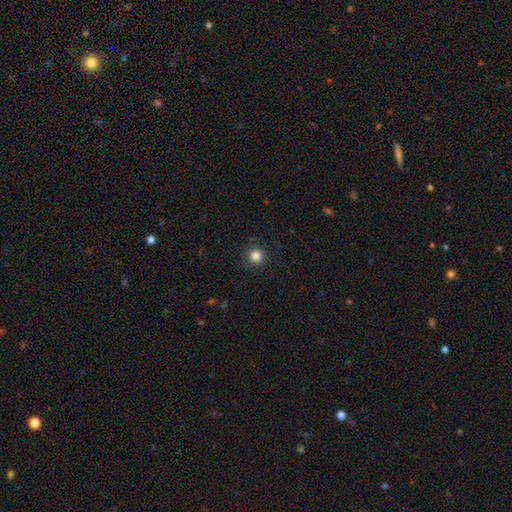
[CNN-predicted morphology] This is clearly a smooth galaxy (84%). How rounded: clearly round (94%). Merging: clearly none (91%).